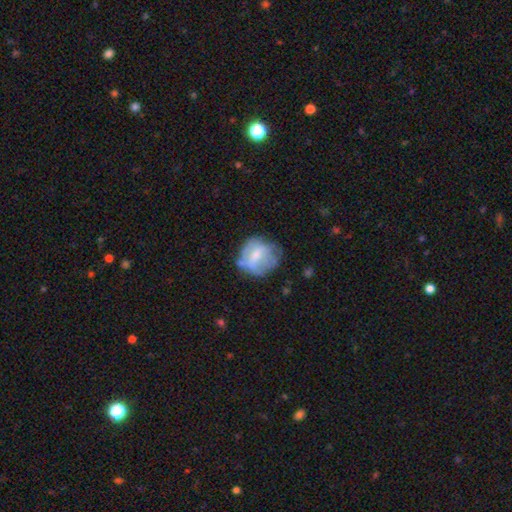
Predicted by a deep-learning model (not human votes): smooth-or-featured: smooth: 49% | featured or disk: 42% | star or artifact: 8%
  merging: none: 52% | minor disturbance: 27% | major disturbance: 16% | merger: 5%